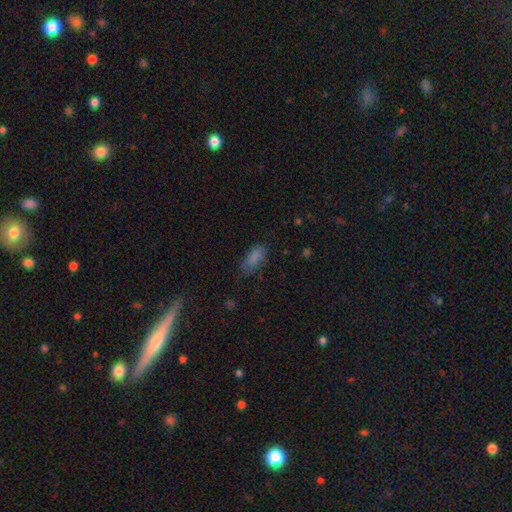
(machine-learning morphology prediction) This appears to be a smooth galaxy with no disk features (81%) that is in between round and cigar-shaped (77%). Merging: none (71%).